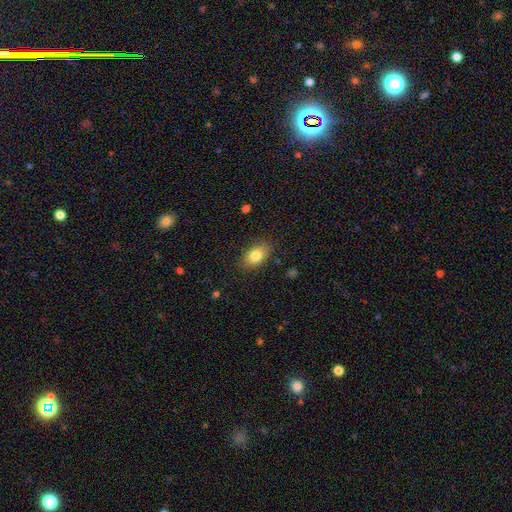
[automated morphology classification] Smooth or featured? smooth (81%)
How rounded? in between (88%)
Merging? none (85%)